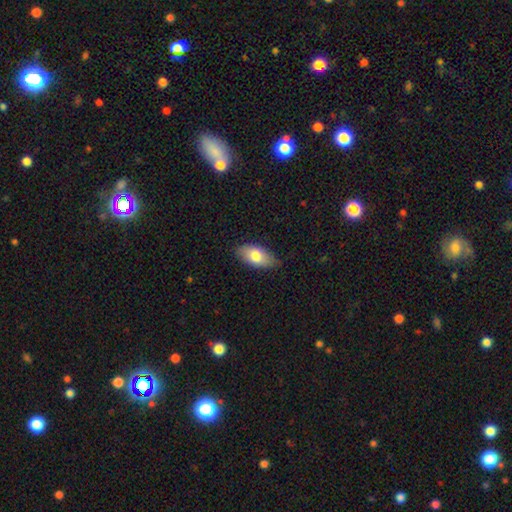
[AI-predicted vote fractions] A smooth galaxy with no disk features (76%) that is in between round and cigar-shaped (92%).

Vote fractions:
- Smooth or featured? smooth: 76% / featured or disk: 17% / star or artifact: 6%
- How rounded? in between: 92% / cigar-shaped: 5% / round: 4%
- Merging? none: 78% / minor disturbance: 18% / major disturbance: 3% / merger: 1%